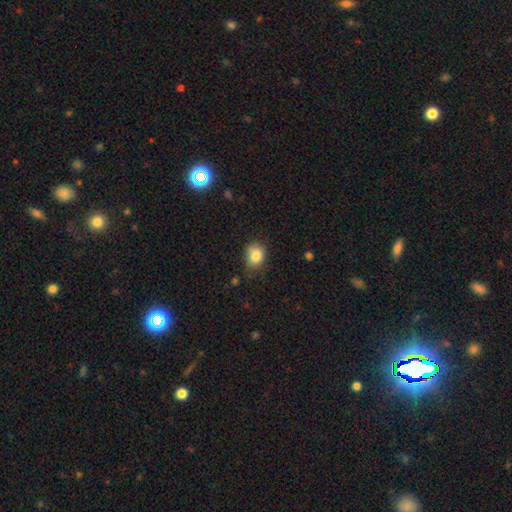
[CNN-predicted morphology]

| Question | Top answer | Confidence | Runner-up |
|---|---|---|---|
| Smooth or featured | smooth | 83% | star or artifact (10%) |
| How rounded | in between | 50% | round (49%) |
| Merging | none | 62% | minor disturbance (29%) |